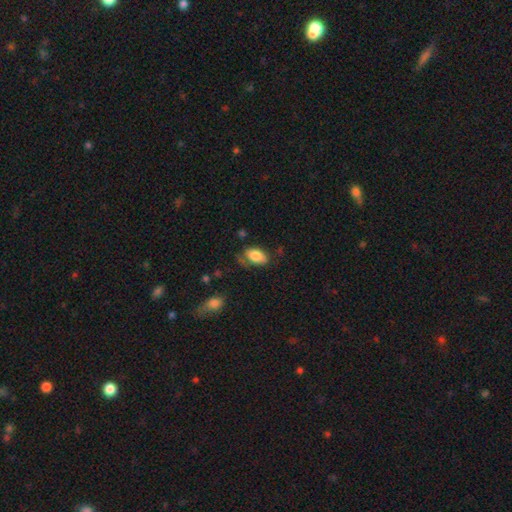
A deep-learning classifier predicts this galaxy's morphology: Smooth or featured?
  - smooth: 81% *
  - featured or disk: 12%
  - star or artifact: 7%
How rounded?
  - in between: 93% *
  - round: 5%
  - cigar-shaped: 2%
Merging?
  - none: 59% *
  - minor disturbance: 27%
  - major disturbance: 11%
  - merger: 3%